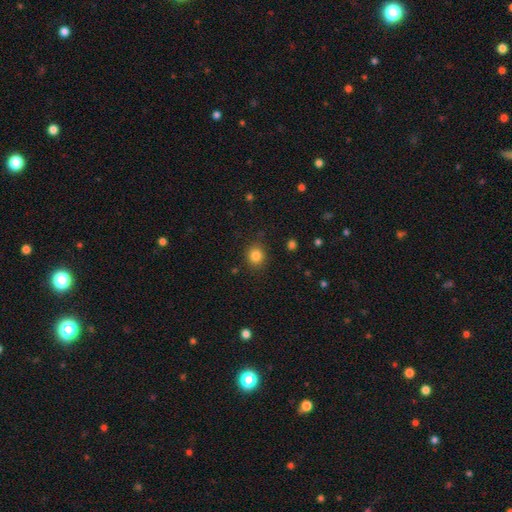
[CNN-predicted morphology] Smooth or featured?
  - smooth: 83% *
  - star or artifact: 12%
  - featured or disk: 5%
How rounded?
  - round: 79% *
  - in between: 20%
  - cigar-shaped: 1%
Merging?
  - none: 86% *
  - minor disturbance: 9%
  - major disturbance: 3%
  - merger: 2%